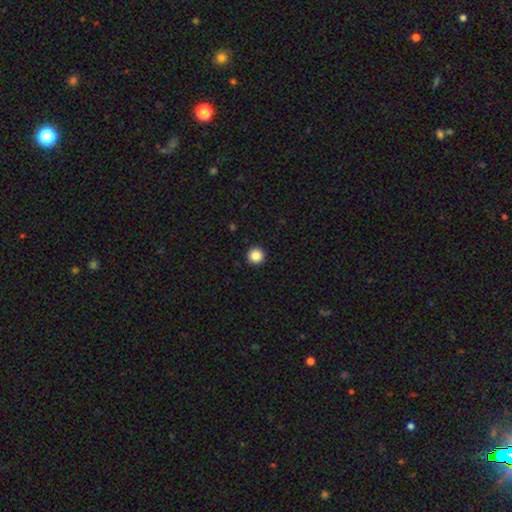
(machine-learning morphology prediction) A smooth galaxy with no disk features (87%) that is round (96%). Merging: none (94%).